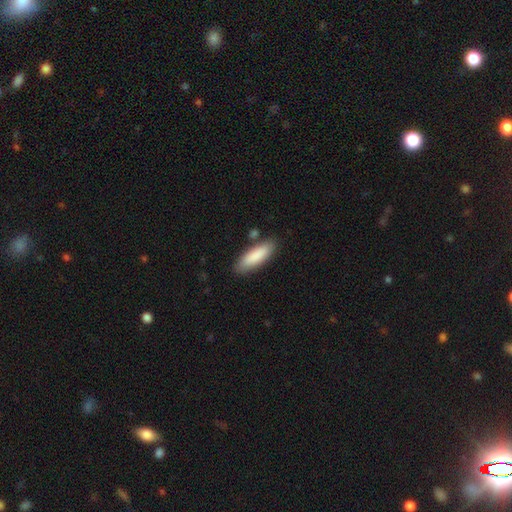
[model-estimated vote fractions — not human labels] Morphology: type=smooth (87%); roundness=cigar-shaped (49%, tied with in between); merging=none (82%).